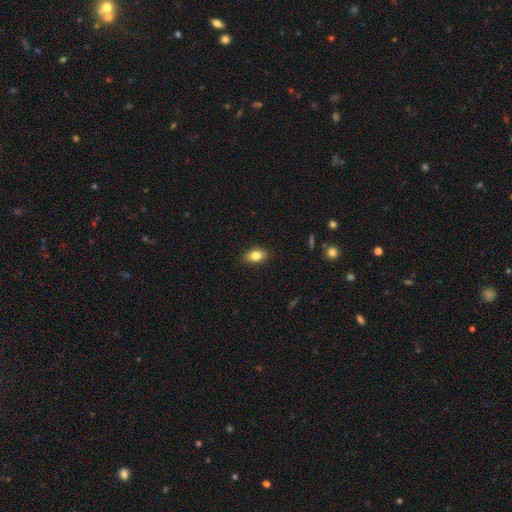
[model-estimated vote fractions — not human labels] Overall: smooth (81%). How rounded: in between (84%). Merging: none (87%).